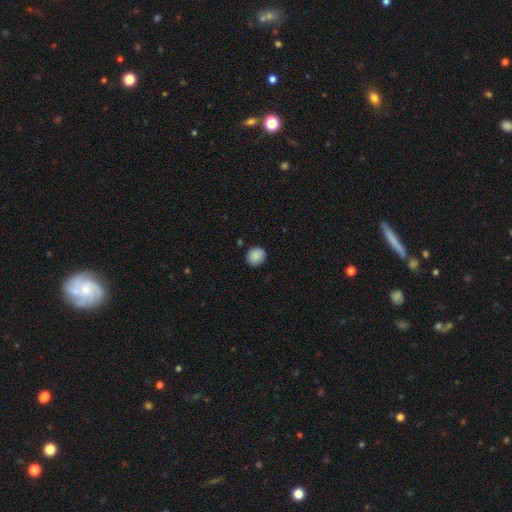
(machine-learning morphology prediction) smooth-or-featured: smooth: 89% | star or artifact: 8% | featured or disk: 3%
  how-rounded: round: 86% | in between: 13% | cigar-shaped: 1%
  merging: none: 89% | minor disturbance: 8% | major disturbance: 2% | merger: 1%